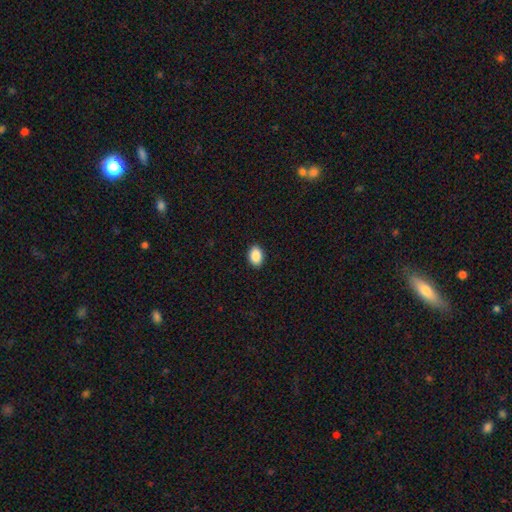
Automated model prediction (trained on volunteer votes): This appears to be a smooth galaxy with no disk features (89%) that is in between round and cigar-shaped (82%). Merging: none (91%).